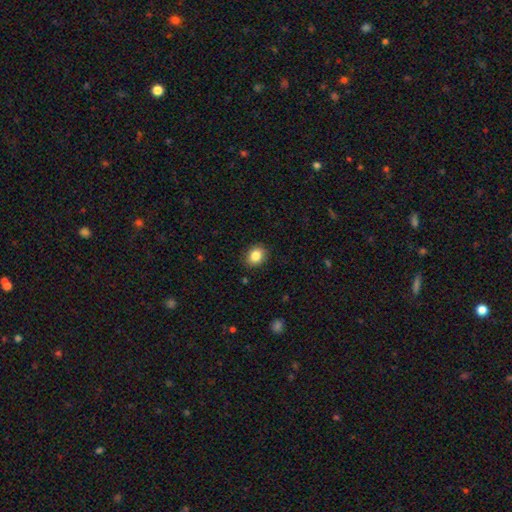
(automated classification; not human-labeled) A smooth galaxy with no disk features (85%) that is round (52%).

Vote fractions:
- Smooth or featured? smooth: 85% / star or artifact: 9% / featured or disk: 6%
- How rounded? round: 52% / in between: 47% / cigar-shaped: 1%
- Merging? none: 88% / minor disturbance: 8% / major disturbance: 2% / merger: 1%